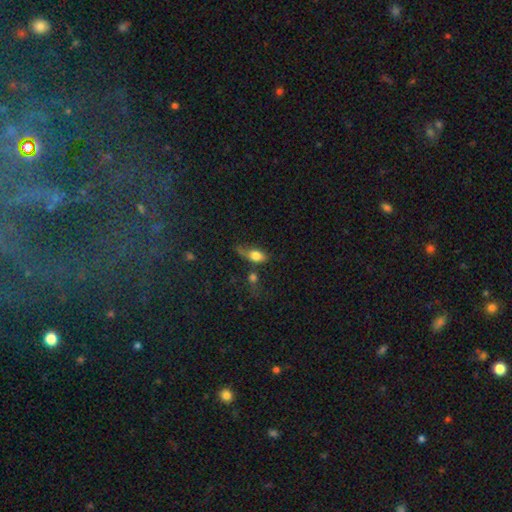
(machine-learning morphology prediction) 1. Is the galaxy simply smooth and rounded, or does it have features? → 73% smooth, 17% featured or disk, 10% star or artifact.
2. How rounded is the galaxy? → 79% in between, 12% round, 10% cigar-shaped.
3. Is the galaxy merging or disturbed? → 34% none, 28% minor disturbance, 23% major disturbance, 15% merger.